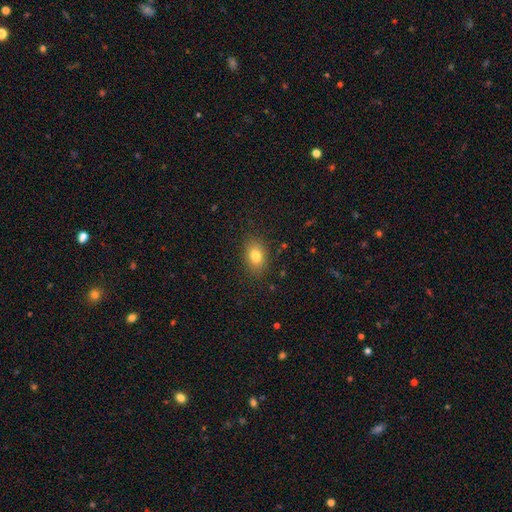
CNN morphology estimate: Smooth or featured? smooth (80%)
How rounded? in between (78%)
Merging? none (86%)